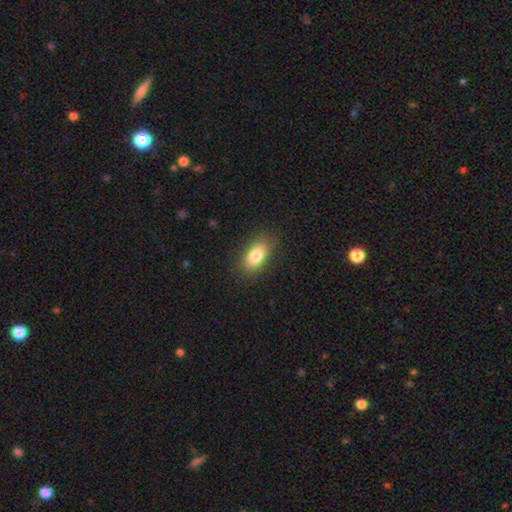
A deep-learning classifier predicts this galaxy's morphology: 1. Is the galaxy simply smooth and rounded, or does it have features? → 82% smooth, 10% featured or disk, 8% star or artifact.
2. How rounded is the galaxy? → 89% in between, 7% round, 4% cigar-shaped.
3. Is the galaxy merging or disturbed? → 84% none, 11% minor disturbance, 3% major disturbance, 1% merger.